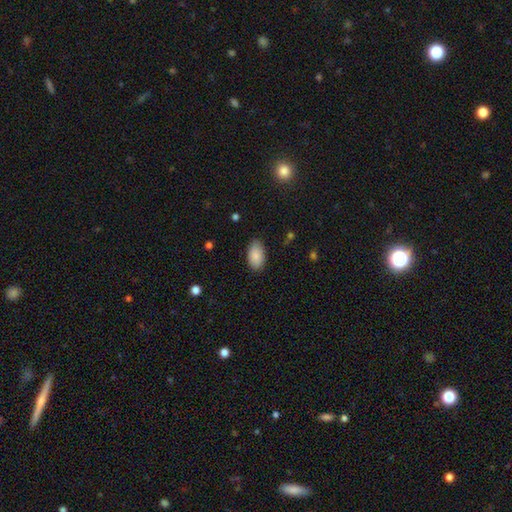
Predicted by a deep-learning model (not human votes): Smooth or featured? Predicted: smooth (p=0.87). How rounded? Predicted: in between (p=0.94). Merging? Predicted: none (p=0.84).